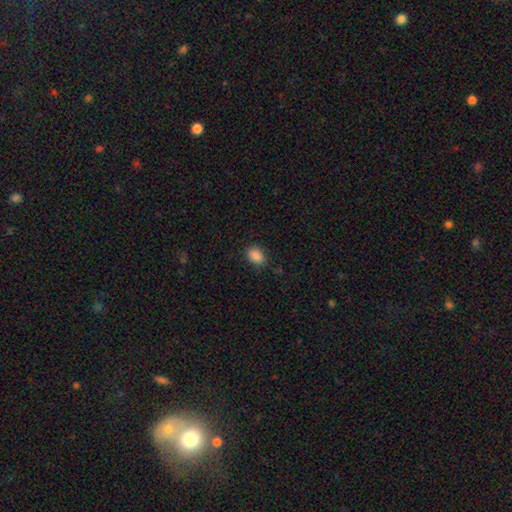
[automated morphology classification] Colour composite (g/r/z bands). It shows a smooth galaxy with no disk features (88%) that is in between round and cigar-shaped (80%). Merging: none (84%).